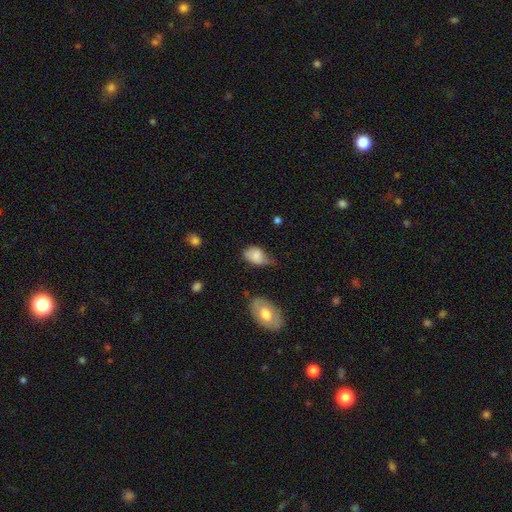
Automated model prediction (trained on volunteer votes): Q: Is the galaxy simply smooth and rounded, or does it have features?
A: smooth — 76%.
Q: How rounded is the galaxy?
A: in between — 83%.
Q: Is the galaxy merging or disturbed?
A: minor disturbance — 47%.